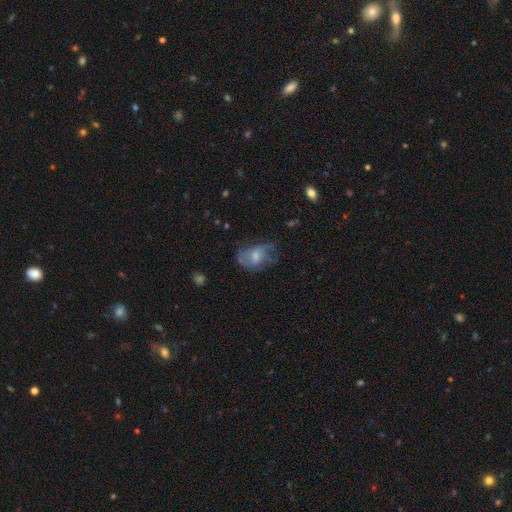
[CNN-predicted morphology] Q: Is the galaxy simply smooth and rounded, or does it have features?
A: smooth — 46%.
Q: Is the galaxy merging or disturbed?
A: none — 35%.